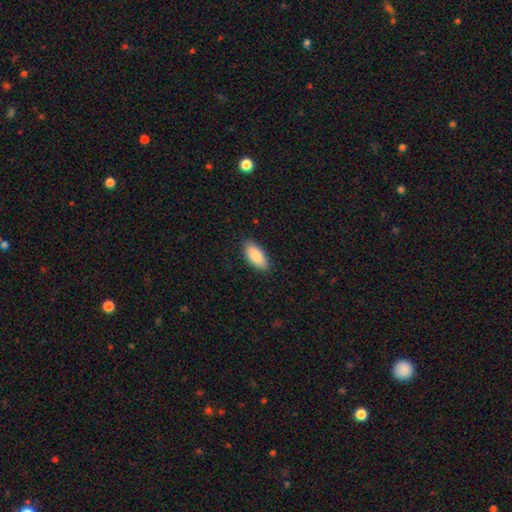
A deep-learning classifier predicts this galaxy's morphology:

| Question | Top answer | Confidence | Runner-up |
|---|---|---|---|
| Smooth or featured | smooth | 88% | featured or disk (6%) |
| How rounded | in between | 90% | cigar-shaped (9%) |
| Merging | none | 88% | minor disturbance (10%) |